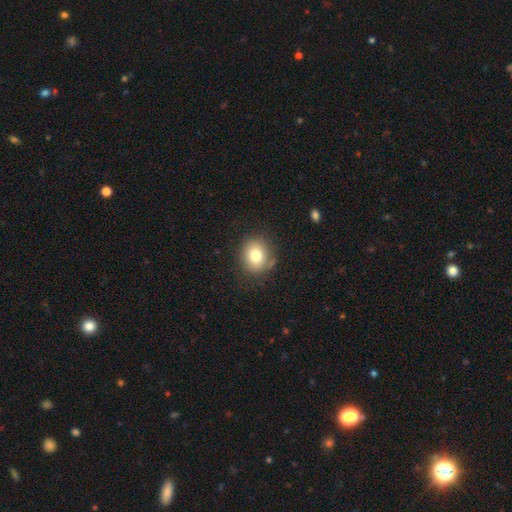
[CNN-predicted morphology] This is likely a smooth galaxy (78%). How rounded: likely round (73%). Merging: likely none (80%).